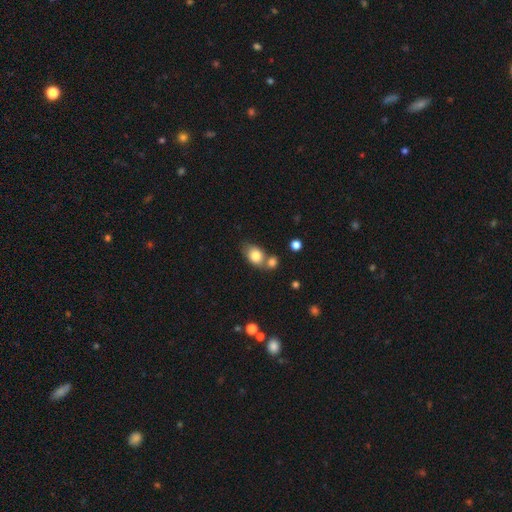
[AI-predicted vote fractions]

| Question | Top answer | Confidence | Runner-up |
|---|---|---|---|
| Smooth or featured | smooth | 81% | featured or disk (11%) |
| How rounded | in between | 68% | round (30%) |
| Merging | none | 46% | merger (35%) |